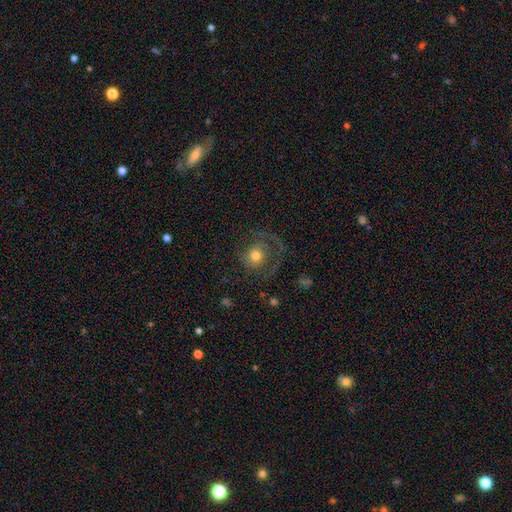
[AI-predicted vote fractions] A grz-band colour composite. It shows a featured or disk galaxy (49%). Merging: none (53%).